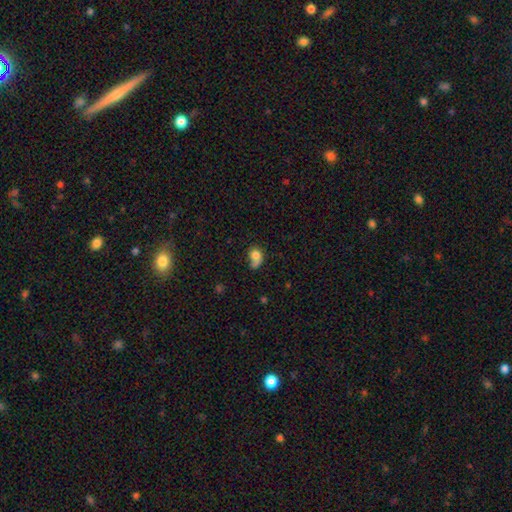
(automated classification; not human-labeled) A smooth galaxy with no disk features (73%) that is in between round and cigar-shaped (49%, tied with round).

Vote fractions:
- Smooth or featured? smooth: 73% / featured or disk: 18% / star or artifact: 10%
- How rounded? in between: 49% (tied) / round: 49% (tied) / cigar-shaped: 1%
- Merging? none: 35% / minor disturbance: 25% / major disturbance: 24% / merger: 16%